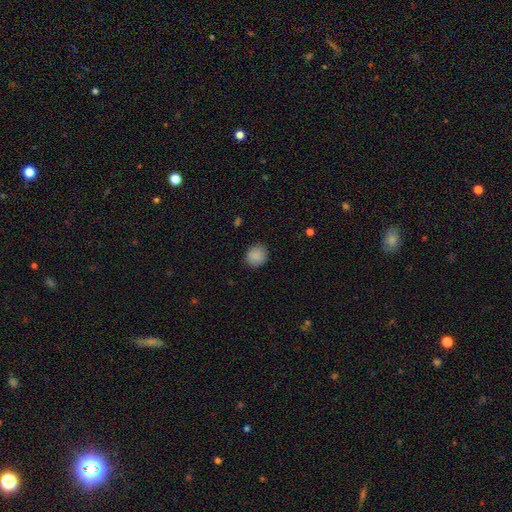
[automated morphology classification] type=smooth (88%); roundness=round (84%); merging=none (87%).